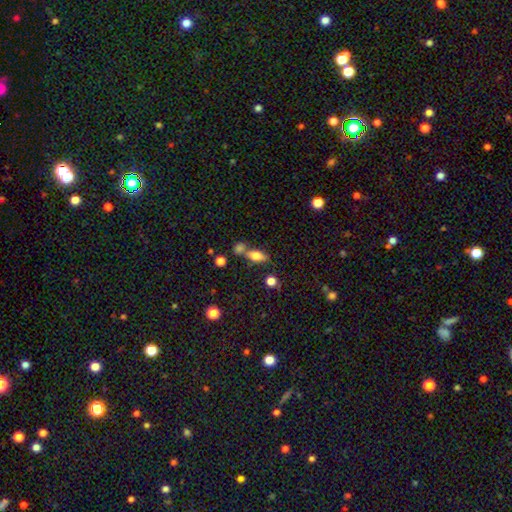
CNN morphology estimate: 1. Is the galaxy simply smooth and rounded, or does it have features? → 70% smooth, 20% featured or disk, 10% star or artifact.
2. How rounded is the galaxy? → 75% in between, 17% cigar-shaped, 8% round.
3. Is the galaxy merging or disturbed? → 54% none, 28% merger, 13% minor disturbance, 5% major disturbance.